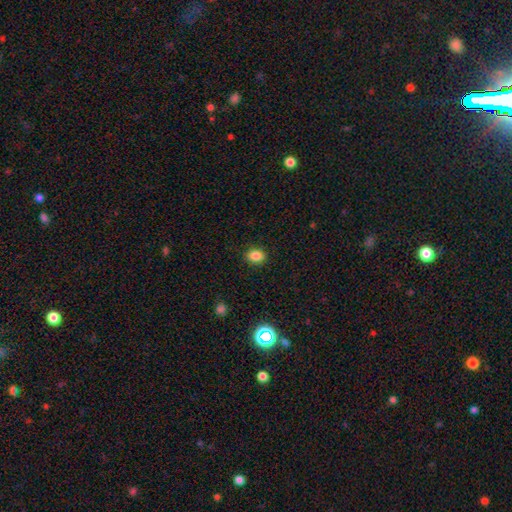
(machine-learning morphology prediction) Q: Smooth or featured?
A: smooth (84%); runner-up: star or artifact (11%)
Q: How rounded?
A: in between (56%); runner-up: round (43%)
Q: Merging?
A: none (89%); runner-up: minor disturbance (8%)